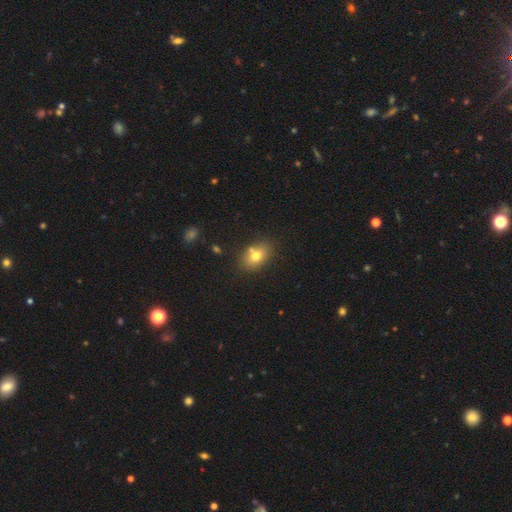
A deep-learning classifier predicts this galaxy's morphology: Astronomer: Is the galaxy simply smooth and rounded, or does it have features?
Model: smooth — 74%.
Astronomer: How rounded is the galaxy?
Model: in between — 76%.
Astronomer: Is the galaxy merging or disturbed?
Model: none — 73%.